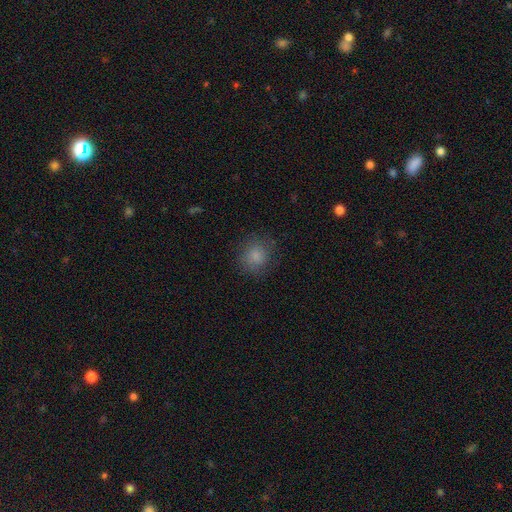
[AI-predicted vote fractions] The model was most divided on "merging": none: 81%, minor disturbance: 13%, major disturbance: 5%, merger: 1%. More confident: how rounded — round (87%); smooth or featured — smooth (83%).